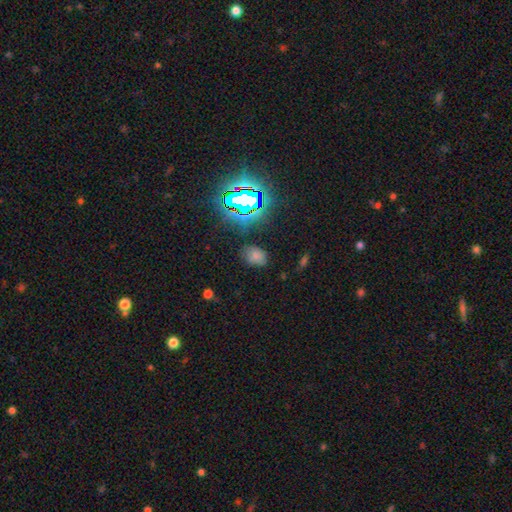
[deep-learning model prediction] smooth_or_featured: smooth (p=0.66) [alt: star or artifact p=0.26]
how_rounded: in between (p=0.68) [alt: round p=0.31]
merging: none (p=0.75) [alt: minor disturbance p=0.18]